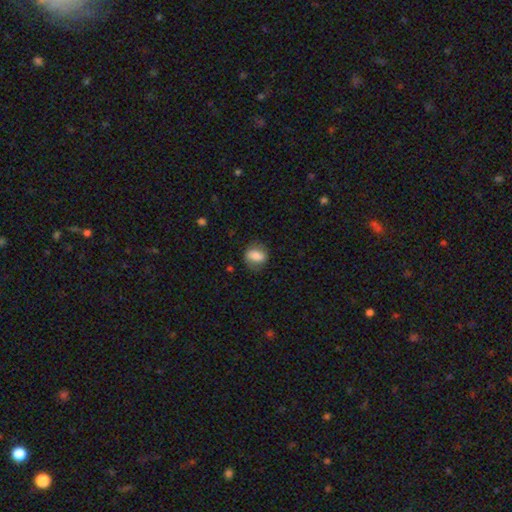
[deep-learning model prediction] Smooth or featured? Predicted: smooth (p=0.77). How rounded? Predicted: in between (p=0.62). Merging? Predicted: none (p=0.72).